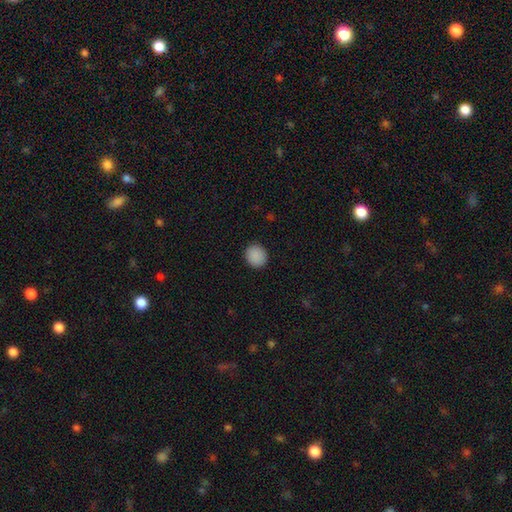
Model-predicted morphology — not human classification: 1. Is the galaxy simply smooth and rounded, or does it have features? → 89% smooth, 8% star or artifact, 3% featured or disk.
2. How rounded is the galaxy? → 84% round, 15% in between, 1% cigar-shaped.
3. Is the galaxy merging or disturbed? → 91% none, 6% minor disturbance, 2% major disturbance, 1% merger.